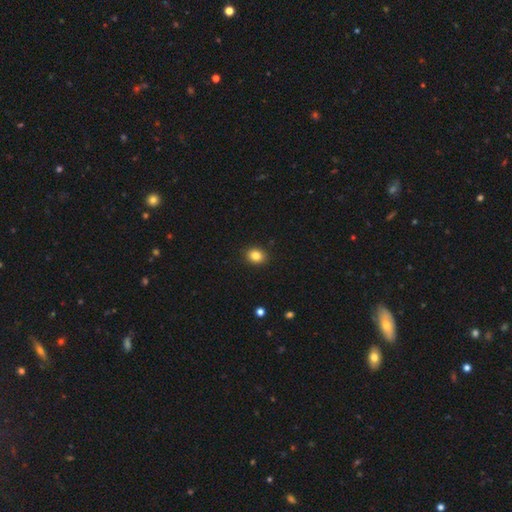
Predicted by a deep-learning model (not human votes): This is clearly a smooth galaxy (83%). How rounded: possibly round (59%). Merging: clearly none (90%).